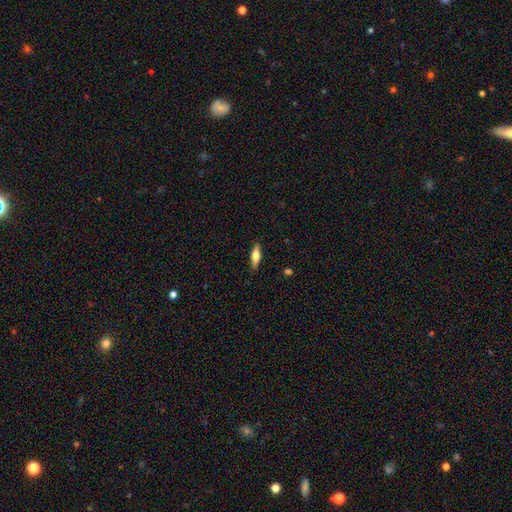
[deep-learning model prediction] Smooth or featured? Predicted: smooth (p=0.55). How rounded? Predicted: in between (p=0.49). Merging? Predicted: none (p=0.88).